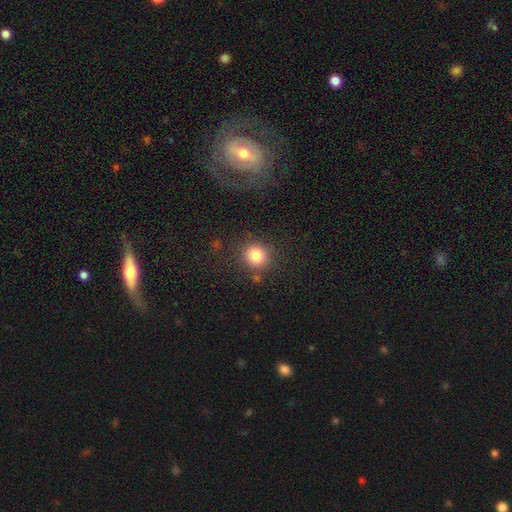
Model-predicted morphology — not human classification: A smooth galaxy with no disk features (83%) that is round (85%).

Vote fractions:
- Smooth or featured? smooth: 83% / star or artifact: 11% / featured or disk: 6%
- How rounded? round: 85% / in between: 14% / cigar-shaped: 1%
- Merging? none: 82% / minor disturbance: 10% / major disturbance: 4% / merger: 4%